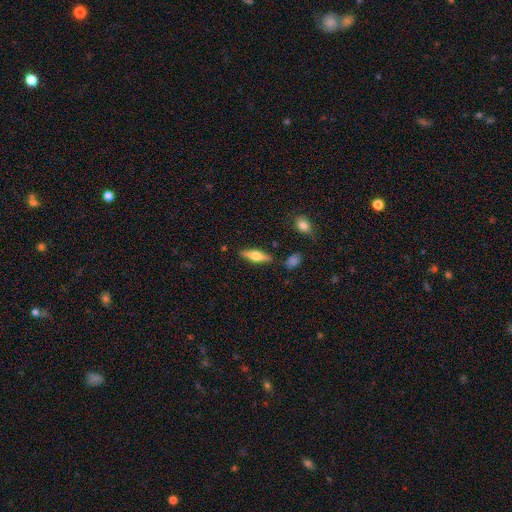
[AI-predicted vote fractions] A featured or disk galaxy (47%). Merging: none (85%).